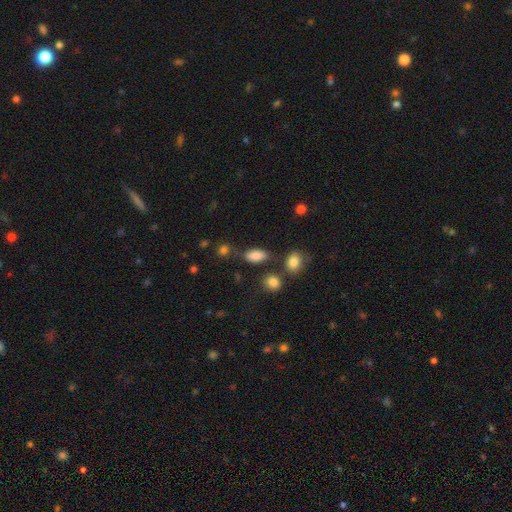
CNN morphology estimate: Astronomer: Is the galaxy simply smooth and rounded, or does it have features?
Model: smooth — 84%.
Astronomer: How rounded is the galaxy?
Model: in between — 87%.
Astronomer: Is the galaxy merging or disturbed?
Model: none — 68%.